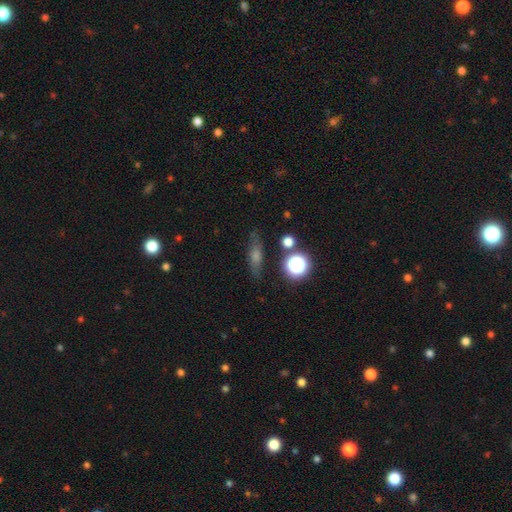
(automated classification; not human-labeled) Q: Smooth or featured?
A: smooth (42%); runner-up: featured or disk (36%)
Q: Merging?
A: none (79%); runner-up: minor disturbance (13%)